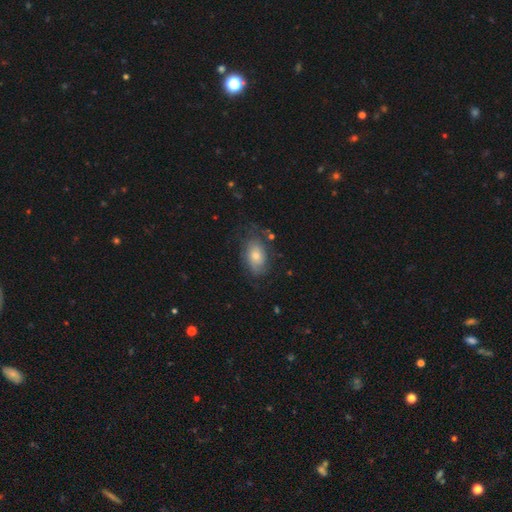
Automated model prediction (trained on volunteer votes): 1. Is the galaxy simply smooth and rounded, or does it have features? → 50% smooth, 39% featured or disk, 11% star or artifact.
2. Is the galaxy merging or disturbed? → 64% none, 23% minor disturbance, 11% major disturbance, 2% merger.